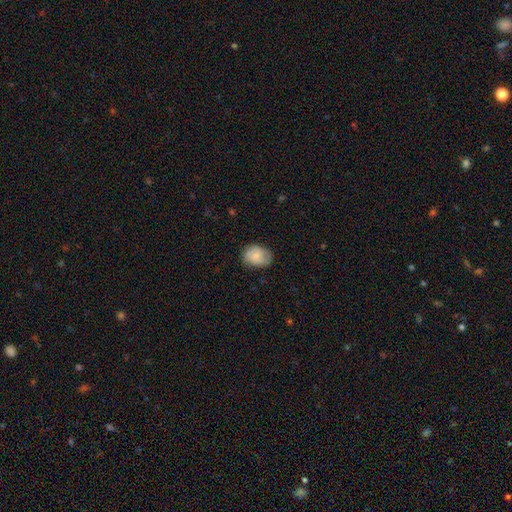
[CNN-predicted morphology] The model was most divided on "how rounded": in between: 62%, round: 37%, cigar-shaped: 1%. More confident: smooth or featured — smooth (76%); merging — none (73%).